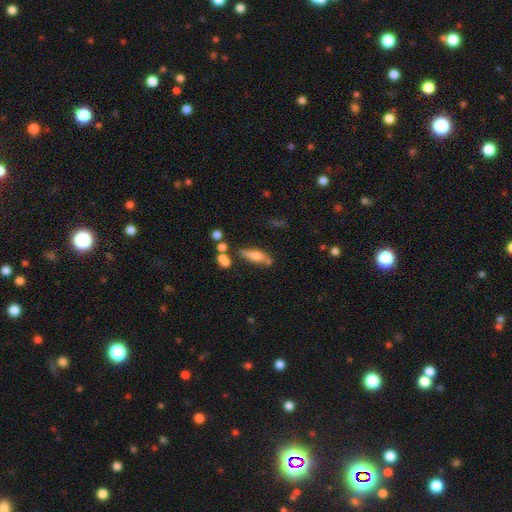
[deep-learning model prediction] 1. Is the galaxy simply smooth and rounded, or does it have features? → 58% smooth, 33% featured or disk, 9% star or artifact.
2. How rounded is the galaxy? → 51% cigar-shaped, 45% in between, 3% round.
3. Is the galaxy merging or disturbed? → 61% none, 19% minor disturbance, 13% merger, 7% major disturbance.